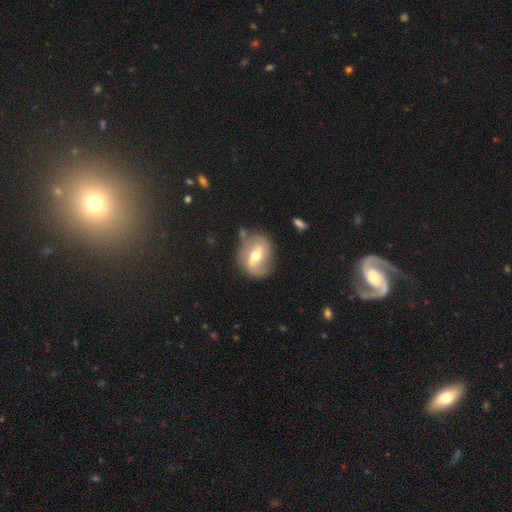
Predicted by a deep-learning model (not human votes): smooth-or-featured: featured or disk: 63% | smooth: 30% | star or artifact: 7%
  disk-edge-on: no: 92% | yes: 8%
    bar: weak: 42% | strong: 39% | no: 19%
    has-spiral-arms: yes: 64% | no: 36%
    bulge-size: moderate: 73% | small: 16% | large: 9% | dominant: 1% | none: 1%
  merging: none: 73% | minor disturbance: 17% | major disturbance: 6% | merger: 4%